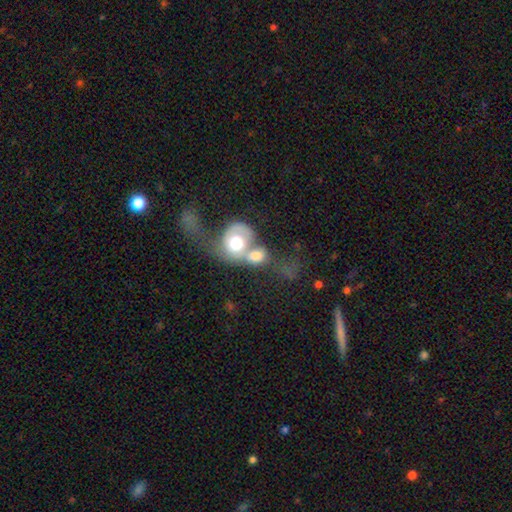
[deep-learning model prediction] Morphology: type=smooth (57%); roundness=round (58%); merging=merger (74%).